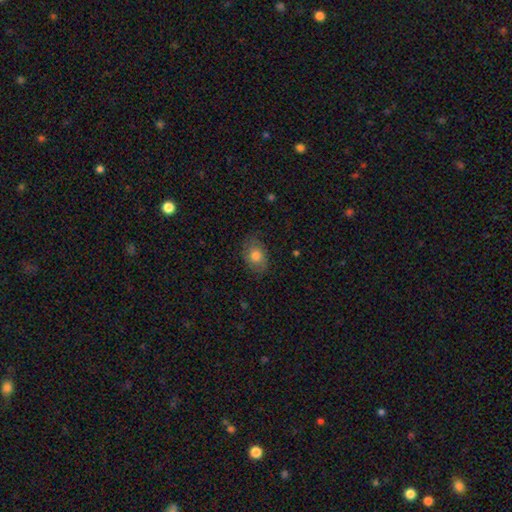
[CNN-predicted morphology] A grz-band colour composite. It shows a smooth galaxy with no disk features (71%) that is in between round and cigar-shaped (73%). Merging: none (76%).